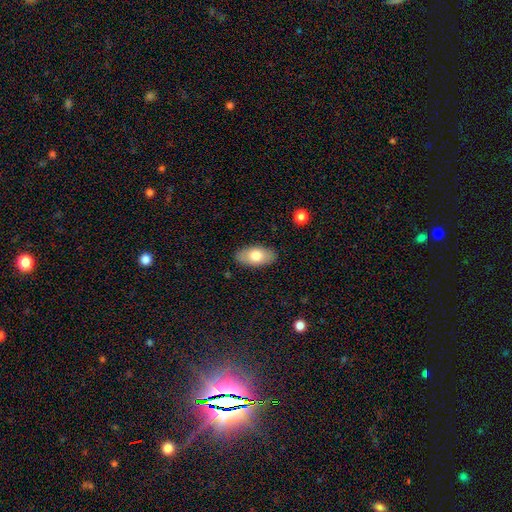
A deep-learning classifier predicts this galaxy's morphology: A smooth galaxy with no disk features (74%) that is in between round and cigar-shaped (93%). Merging: none (87%).